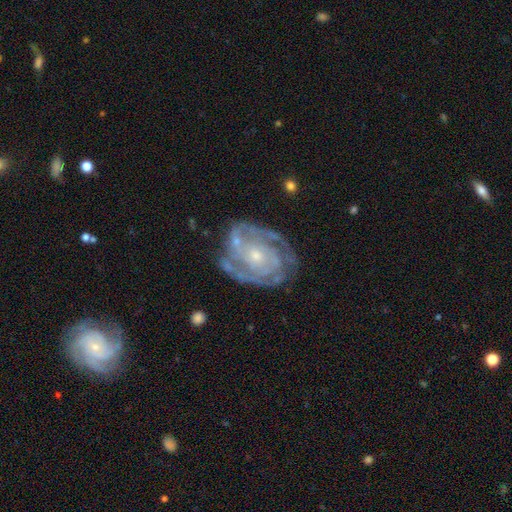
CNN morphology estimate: smooth-or-featured: featured or disk: 88% | smooth: 7% | star or artifact: 5%
  disk-edge-on: no: 97% | yes: 3%
    bar: no: 74% | weak: 20% | strong: 6%
    has-spiral-arms: yes: 95% | no: 5%
      spiral-winding: tight: 69% | medium: 26% | loose: 5%
      spiral-arm-count: 2: 33% | can't tell: 24% | 3: 23% | 4: 9% | 1: 5% | more than 4: 5%
    bulge-size: small: 68% | moderate: 28% | none: 2% | large: 2% | dominant: 1%
  merging: none: 67% | minor disturbance: 20% | major disturbance: 9% | merger: 4%